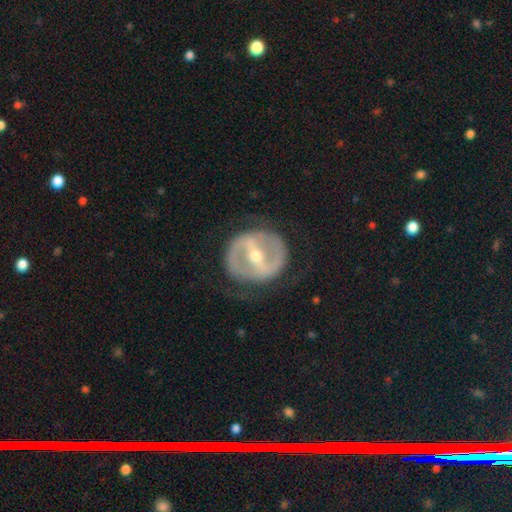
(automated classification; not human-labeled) featured or disk 83%, smooth 12%, star or artifact 5%. Down the decision tree: edge-on disk — no (95%); bar — strong (71%); spiral arms — yes (58%); bulge size — moderate (54%); merging — none (77%).